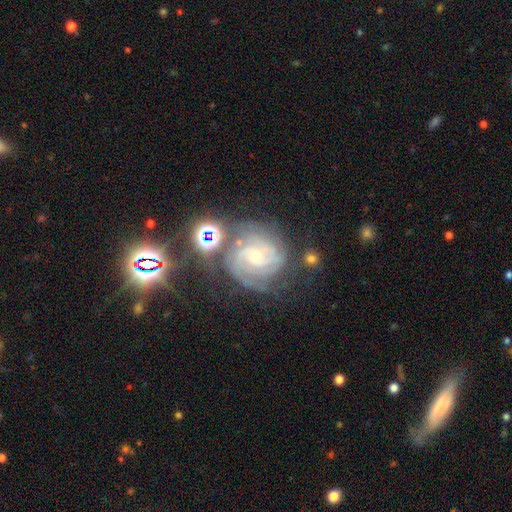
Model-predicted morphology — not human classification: A featured or disk galaxy (83%) with no bar (65%), can't tell (26%, tied with 3) tight (66%) spiral arms (96%) and a small central bulge (72%).

Vote fractions:
- Smooth or featured? featured or disk: 83% / star or artifact: 10% / smooth: 8%
- Edge-on disk? no: 98% / yes: 2%
- Bar? no: 65% / weak: 28% / strong: 7%
- Spiral arms? yes: 96% / no: 4%
- Spiral winding? tight: 66% / medium: 28% / loose: 5%
- Spiral arm count? can't tell: 26% (tied) / 3: 26% (tied) / 2: 25% / 4: 11% / more than 4: 6% / 1: 5%
- Bulge size? small: 72% / moderate: 23% / none: 2% / large: 2% / dominant: 1%
- Merging? none: 60% / minor disturbance: 20% / major disturbance: 12% / merger: 8%